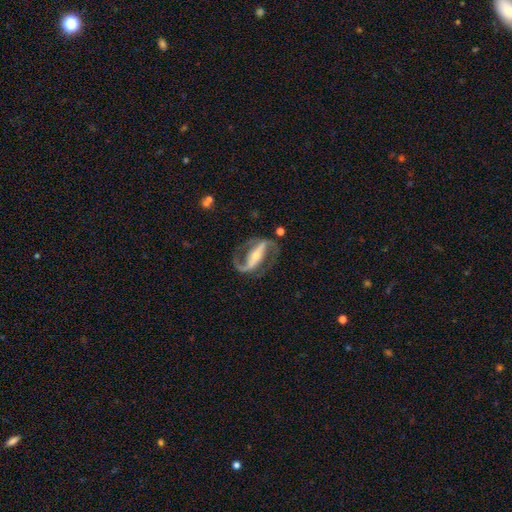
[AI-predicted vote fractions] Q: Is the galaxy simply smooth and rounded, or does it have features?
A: featured or disk — 91%.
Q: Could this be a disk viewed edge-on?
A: no — 93%.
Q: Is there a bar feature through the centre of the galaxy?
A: strong — 73%.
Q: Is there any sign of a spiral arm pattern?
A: yes — 95%.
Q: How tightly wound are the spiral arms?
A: medium — 49%.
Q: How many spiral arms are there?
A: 2 — 90%.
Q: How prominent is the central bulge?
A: small — 57%.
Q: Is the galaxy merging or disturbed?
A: none — 76%.